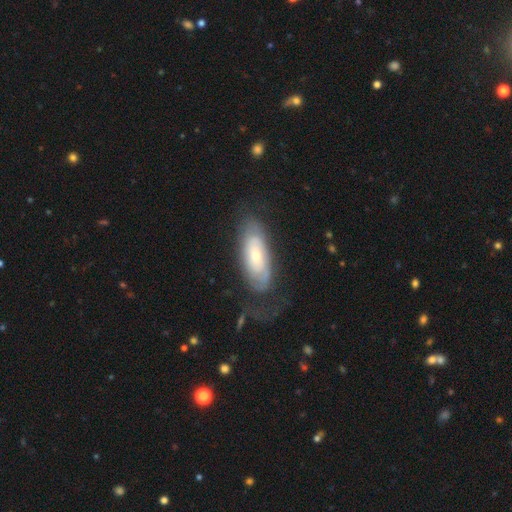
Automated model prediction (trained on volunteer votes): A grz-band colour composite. It shows a featured or disk galaxy (58%). Merging: none (58%).